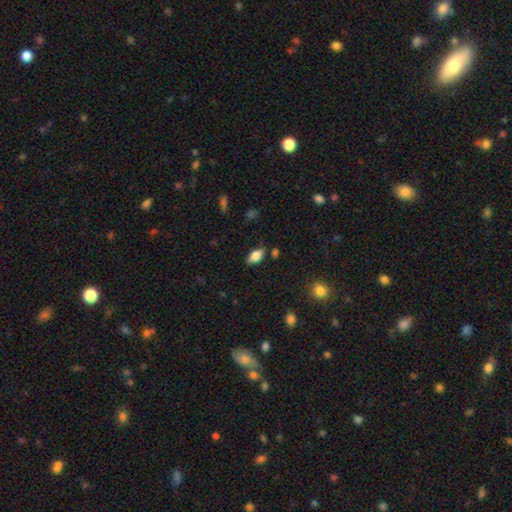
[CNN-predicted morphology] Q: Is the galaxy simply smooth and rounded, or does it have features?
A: smooth — 77%.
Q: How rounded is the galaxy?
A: in between — 89%.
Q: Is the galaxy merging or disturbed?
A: none — 80%.